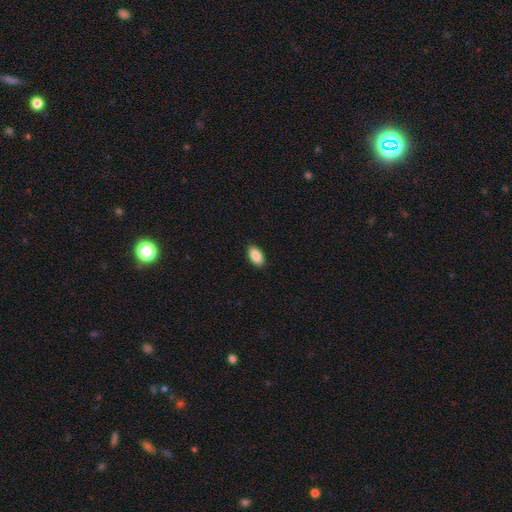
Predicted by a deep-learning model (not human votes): smooth_or_featured: smooth (p=0.87) [alt: star or artifact p=0.07]
how_rounded: in between (p=0.94) [alt: round p=0.04]
merging: none (p=0.89) [alt: minor disturbance p=0.08]